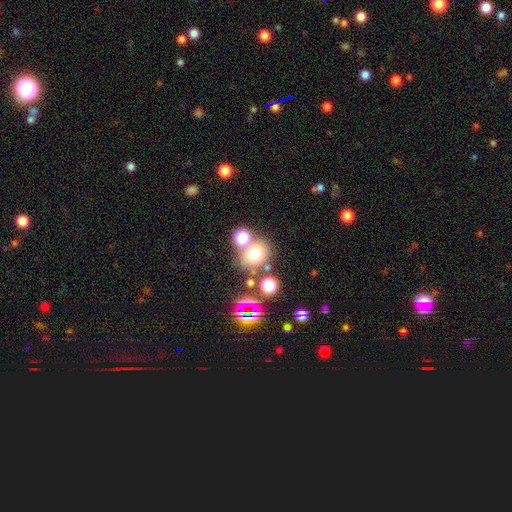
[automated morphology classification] Smooth or featured? smooth (56%)
How rounded? round (74%)
Merging? none (62%)